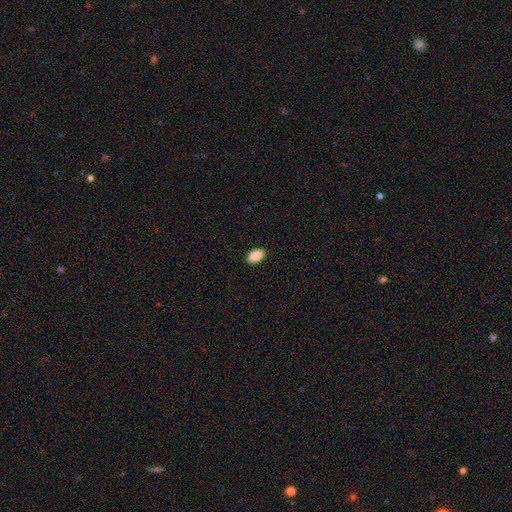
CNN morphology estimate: Overall: smooth (90%). How rounded: in between (94%). Merging: none (90%).